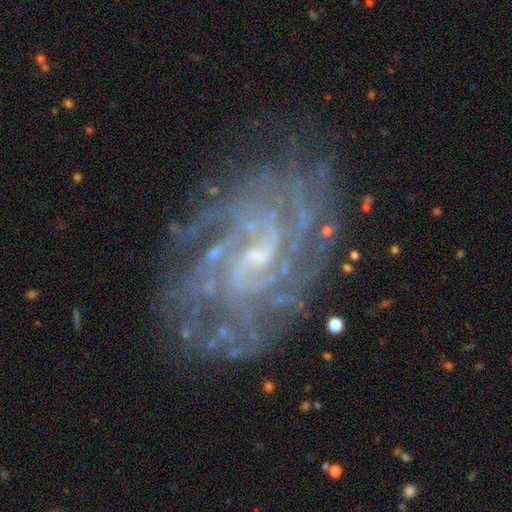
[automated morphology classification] Smooth or featured? featured or disk (87%)
Edge-on disk? no (97%)
Bar? weak (52%)
Spiral arms? yes (96%)
Spiral winding? tight (64%)
Spiral arm count? can't tell (36%)
Bulge size? small (73%)
Merging? none (77%)